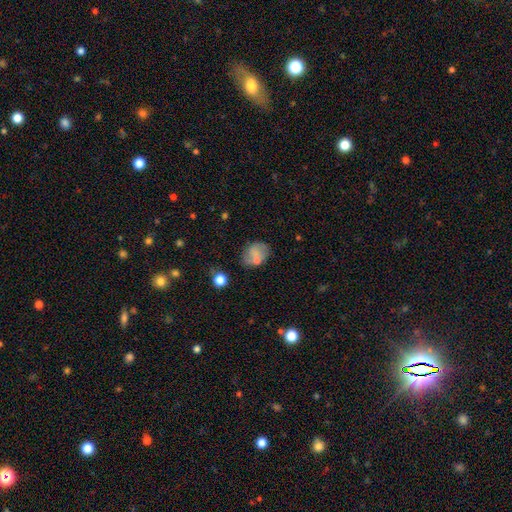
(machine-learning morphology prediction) Smooth or featured: smooth — 63% (featured or disk — 27%)
How rounded: in between — 61% (round — 38%)
Merging: none — 54% (minor disturbance — 24%)